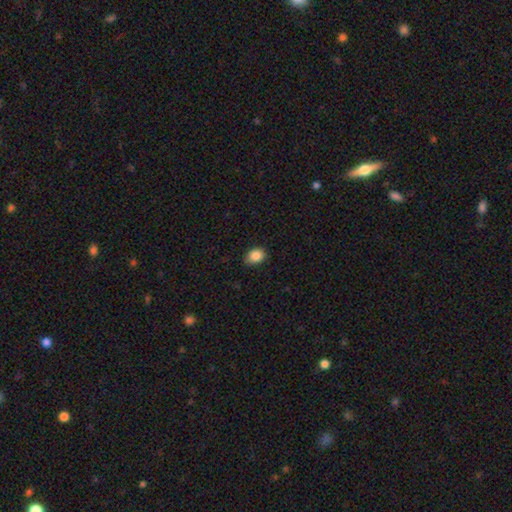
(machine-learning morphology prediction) Overall: smooth (87%). How rounded: in between (65%; round 34%). Merging: none (85%).